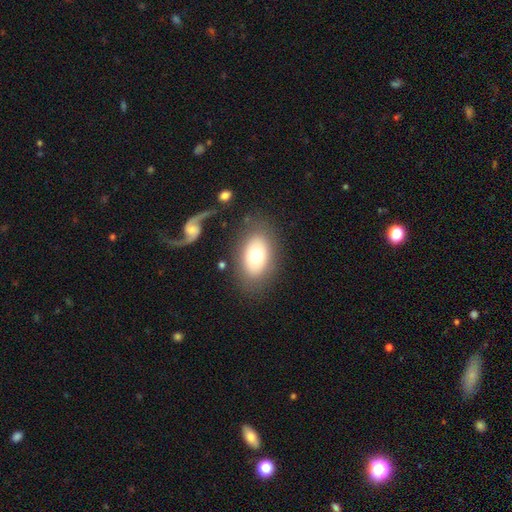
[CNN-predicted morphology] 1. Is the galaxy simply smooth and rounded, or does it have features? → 68% smooth, 24% featured or disk, 8% star or artifact.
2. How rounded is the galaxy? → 87% in between, 12% round, 1% cigar-shaped.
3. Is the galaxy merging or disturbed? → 75% none, 13% minor disturbance, 7% major disturbance, 4% merger.